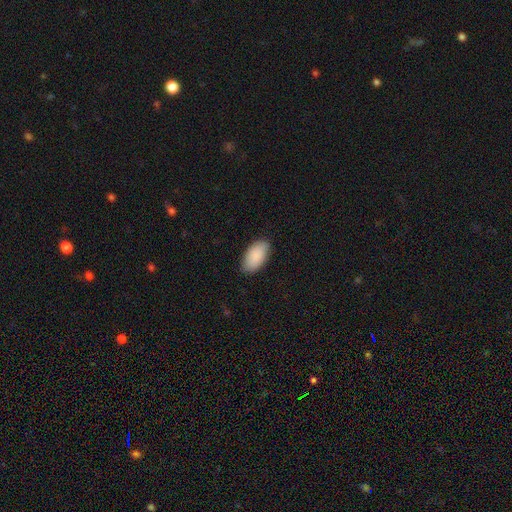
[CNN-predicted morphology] smooth 90%, star or artifact 6%, featured or disk 4%. Down the decision tree: how rounded — in between (95%); merging — none (84%).